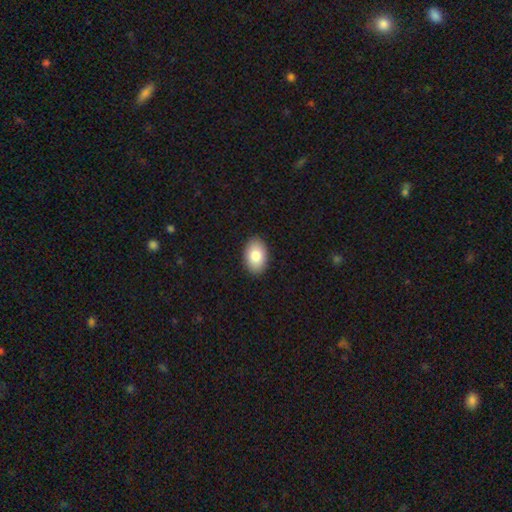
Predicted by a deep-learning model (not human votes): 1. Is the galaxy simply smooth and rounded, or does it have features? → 84% smooth, 9% featured or disk, 7% star or artifact.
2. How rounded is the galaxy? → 91% in between, 8% round, 1% cigar-shaped.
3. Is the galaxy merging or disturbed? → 90% none, 7% minor disturbance, 2% major disturbance, 1% merger.